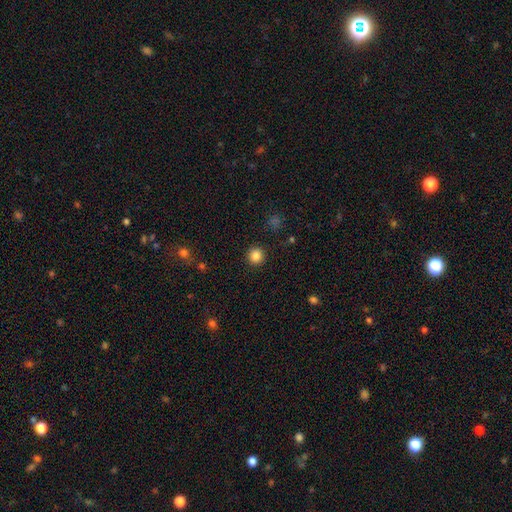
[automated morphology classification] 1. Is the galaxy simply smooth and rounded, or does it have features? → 85% smooth, 11% star or artifact, 4% featured or disk.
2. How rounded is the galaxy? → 93% round, 6% in between, 1% cigar-shaped.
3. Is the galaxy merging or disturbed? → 92% none, 5% minor disturbance, 2% major disturbance, 1% merger.